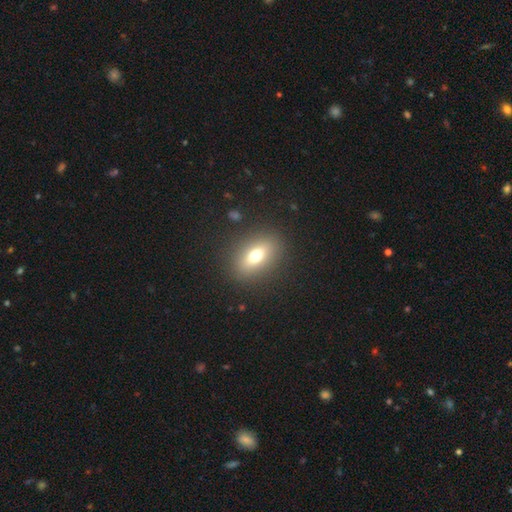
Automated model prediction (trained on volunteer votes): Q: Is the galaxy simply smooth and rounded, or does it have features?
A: smooth — 69%.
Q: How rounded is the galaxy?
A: in between — 71%.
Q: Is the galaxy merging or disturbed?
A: none — 87%.